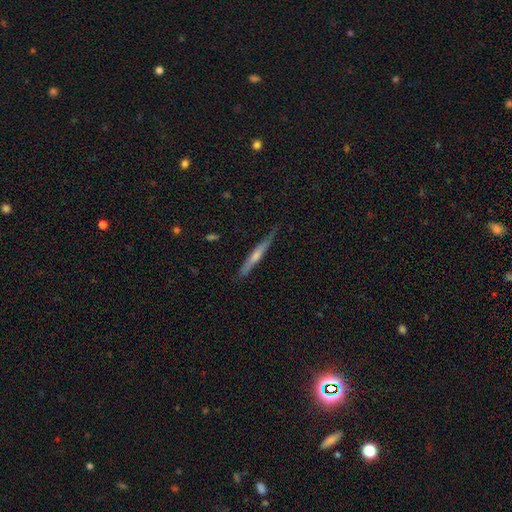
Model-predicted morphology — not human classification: A featured or disk galaxy (61%) viewed edge-on (97%) with a rounded central bulge (59%). Merging: none (83%).